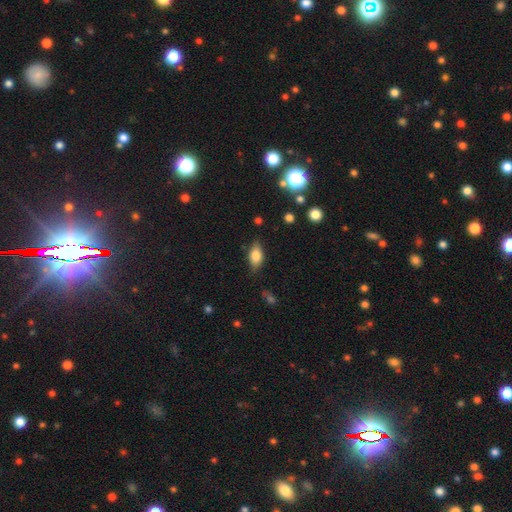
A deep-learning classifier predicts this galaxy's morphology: Smooth or featured?
  - smooth: 76% *
  - featured or disk: 16%
  - star or artifact: 8%
How rounded?
  - in between: 87% *
  - cigar-shaped: 9%
  - round: 5%
Merging?
  - none: 80% *
  - minor disturbance: 15%
  - major disturbance: 3%
  - merger: 2%